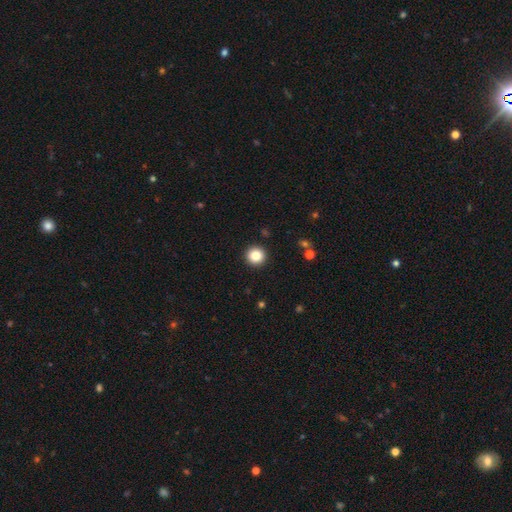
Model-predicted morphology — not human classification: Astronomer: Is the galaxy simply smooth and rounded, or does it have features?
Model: smooth — 84%.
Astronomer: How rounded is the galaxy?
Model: round — 96%.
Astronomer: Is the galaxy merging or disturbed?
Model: none — 93%.